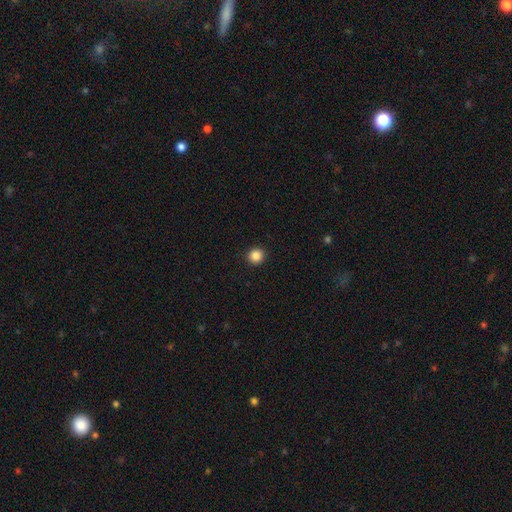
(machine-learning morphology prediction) smooth-or-featured: smooth: 86% | star or artifact: 10% | featured or disk: 3%
  how-rounded: round: 92% | in between: 7% | cigar-shaped: 1%
  merging: none: 93% | minor disturbance: 5% | major disturbance: 2% | merger: 1%